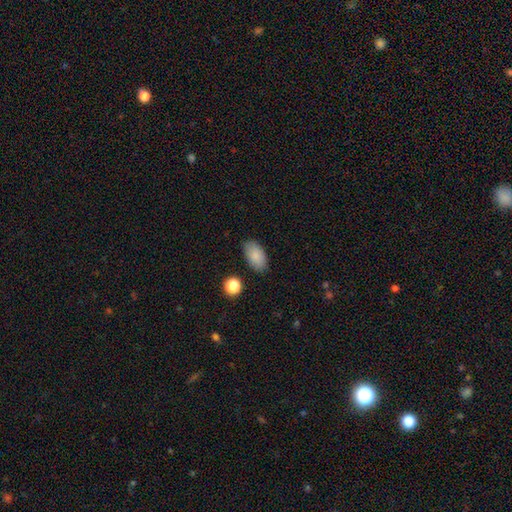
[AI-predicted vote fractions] Smooth or featured? smooth (87%)
How rounded? in between (93%)
Merging? none (84%)